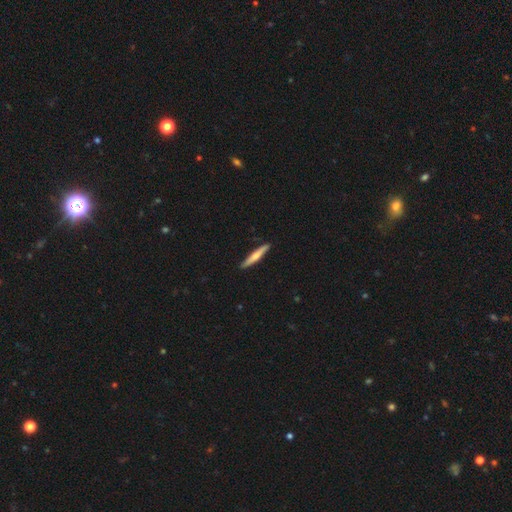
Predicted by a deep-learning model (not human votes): Q: Smooth or featured?
A: smooth (51%); runner-up: featured or disk (44%)
Q: How rounded?
A: cigar-shaped (94%); runner-up: in between (5%)
Q: Merging?
A: none (91%); runner-up: minor disturbance (7%)